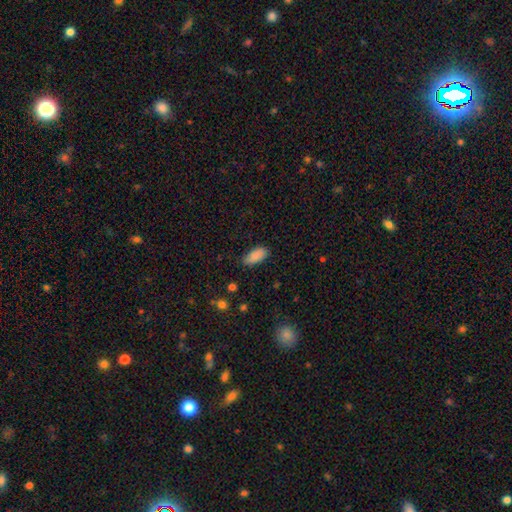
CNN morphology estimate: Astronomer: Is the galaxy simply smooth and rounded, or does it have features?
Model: smooth — 88%.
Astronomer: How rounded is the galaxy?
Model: in between — 89%.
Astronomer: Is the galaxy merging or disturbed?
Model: none — 82%.